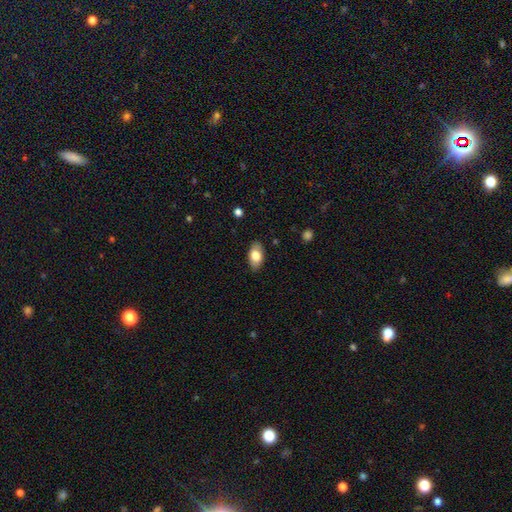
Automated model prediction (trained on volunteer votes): smooth_or_featured: smooth (p=0.78) [alt: featured or disk p=0.16]
how_rounded: in between (p=0.92) [alt: round p=0.04]
merging: none (p=0.86) [alt: minor disturbance p=0.11]